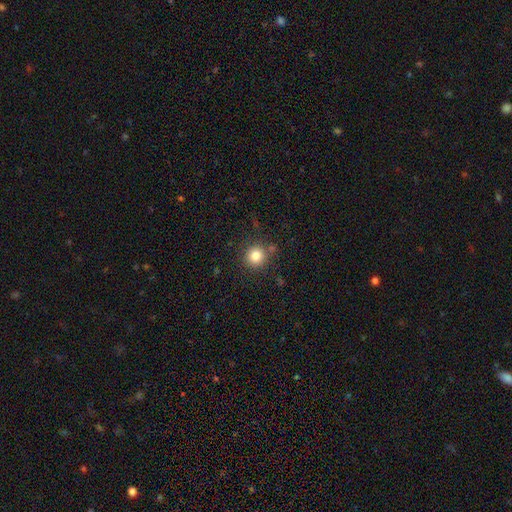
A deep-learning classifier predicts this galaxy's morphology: This appears to be a smooth galaxy with no disk features (82%) that is round (93%). Merging: none (84%).